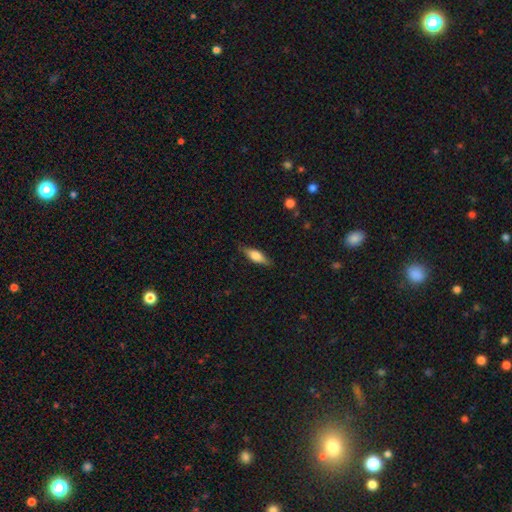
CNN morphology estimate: Overall: smooth (57%; featured or disk 36%). How rounded: in between (55%; cigar-shaped 41%). Merging: none (82%).